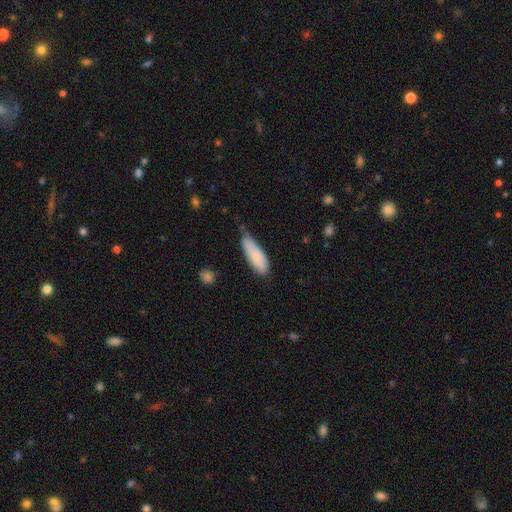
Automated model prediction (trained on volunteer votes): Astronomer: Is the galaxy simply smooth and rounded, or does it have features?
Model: smooth — 83%.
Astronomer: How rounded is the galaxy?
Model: in between — 61% (runner-up: cigar-shaped, 37%).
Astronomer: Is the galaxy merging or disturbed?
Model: none — 54% (runner-up: minor disturbance, 37%).